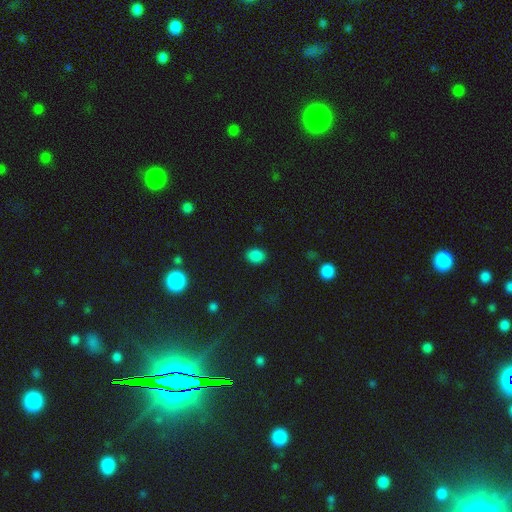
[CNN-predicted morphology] A smooth galaxy with no disk features (85%) that is in between round and cigar-shaped (63%). Merging: none (87%).